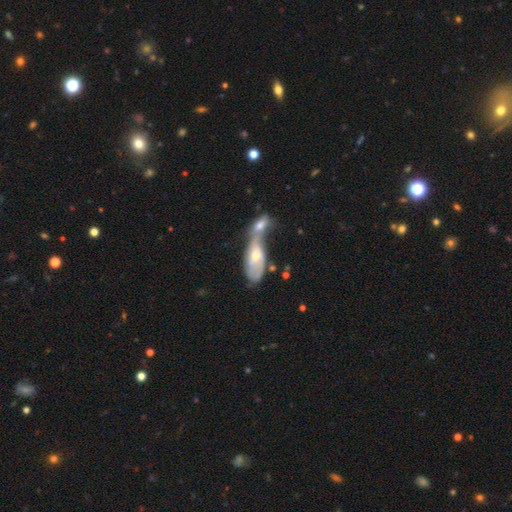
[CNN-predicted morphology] featured or disk 53%, smooth 40%, star or artifact 7%. Down the decision tree: edge-on disk — no (86%); merging — merger (70%).